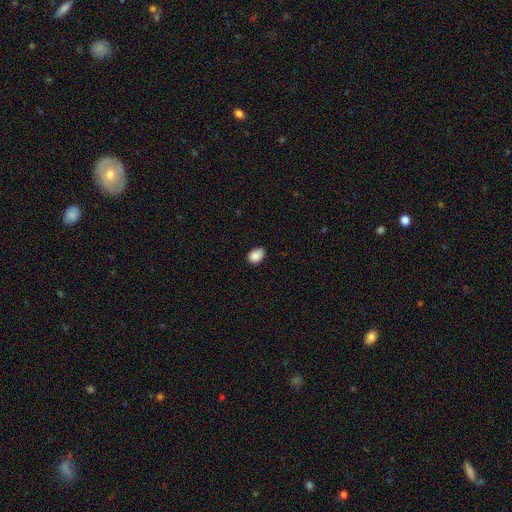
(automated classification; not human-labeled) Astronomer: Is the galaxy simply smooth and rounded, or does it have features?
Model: smooth — 88%.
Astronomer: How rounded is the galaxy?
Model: in between — 75%.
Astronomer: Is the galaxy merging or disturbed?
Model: none — 78%.